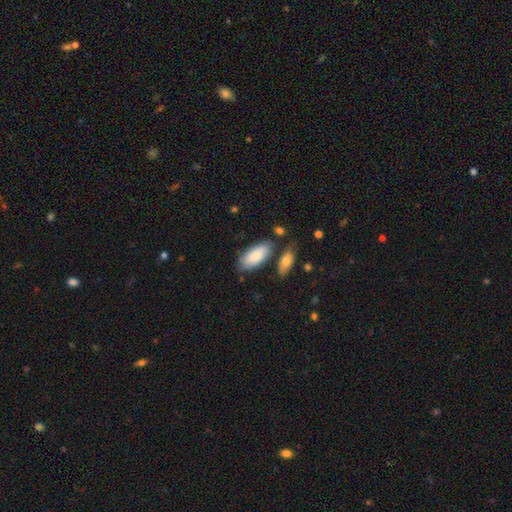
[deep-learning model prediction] Overall: smooth (86%). How rounded: in between (88%). Merging: none (73%).